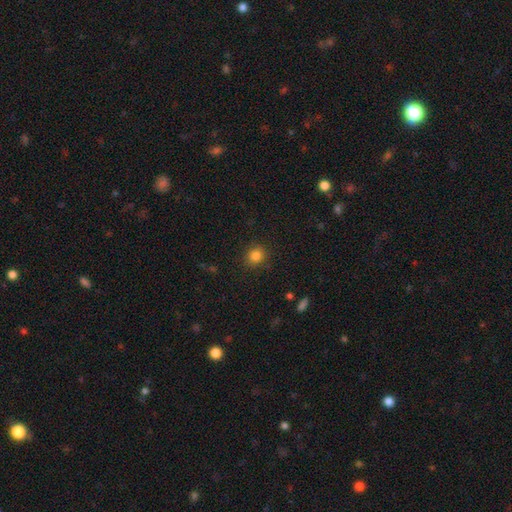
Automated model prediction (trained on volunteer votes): smooth-or-featured: smooth: 83% | star or artifact: 12% | featured or disk: 5%
  how-rounded: round: 81% | in between: 18% | cigar-shaped: 1%
  merging: none: 88% | minor disturbance: 8% | major disturbance: 2% | merger: 1%